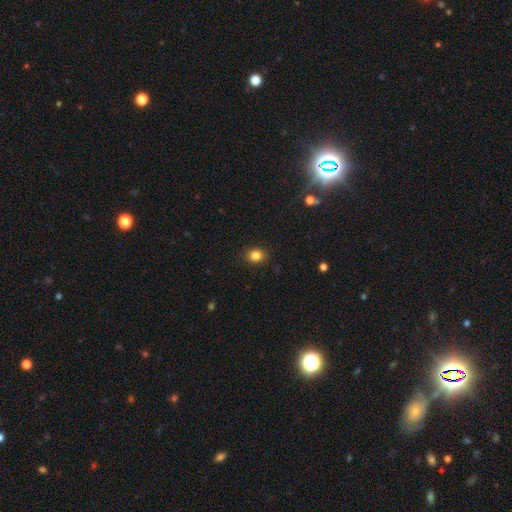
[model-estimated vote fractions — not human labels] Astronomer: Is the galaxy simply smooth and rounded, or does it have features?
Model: smooth — 84%.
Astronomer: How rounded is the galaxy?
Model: round — 65%.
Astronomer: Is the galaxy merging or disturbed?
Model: none — 90%.